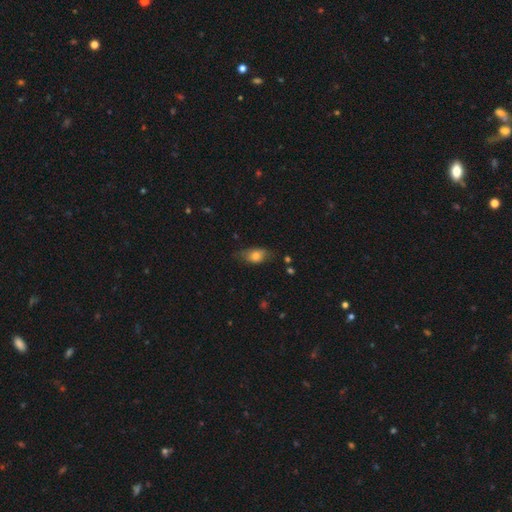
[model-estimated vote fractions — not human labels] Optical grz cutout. It shows a smooth galaxy with no disk features (74%) that is in between round and cigar-shaped (82%). Merging: none (61%).